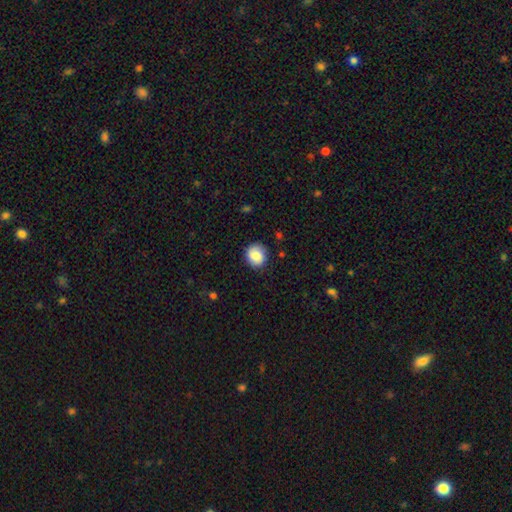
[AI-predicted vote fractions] Morphology: type=smooth (84%); roundness=round (84%); merging=none (82%).